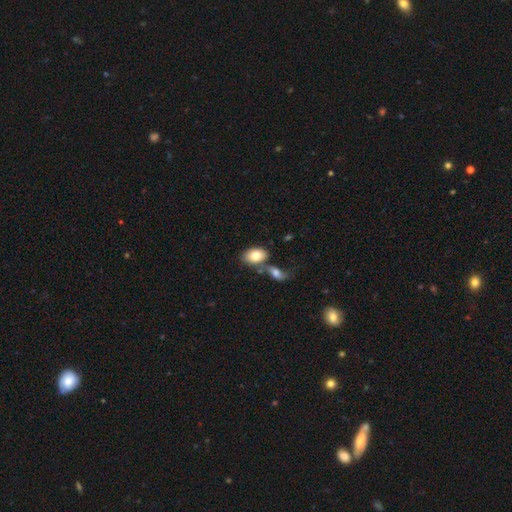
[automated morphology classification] A smooth galaxy with no disk features (77%) that is in between round and cigar-shaped (89%). Merging: none (51%).